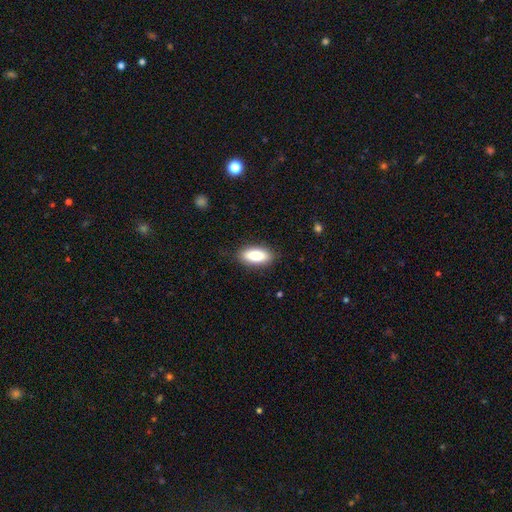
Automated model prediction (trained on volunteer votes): A smooth galaxy with no disk features (87%) that is in between round and cigar-shaped (86%). Merging: none (86%).